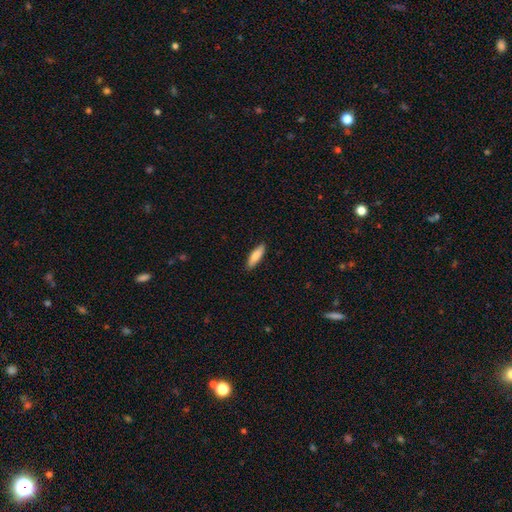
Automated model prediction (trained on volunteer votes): This appears to be a smooth galaxy with no disk features (84%) that is cigar-shaped (57%). Merging: none (88%).